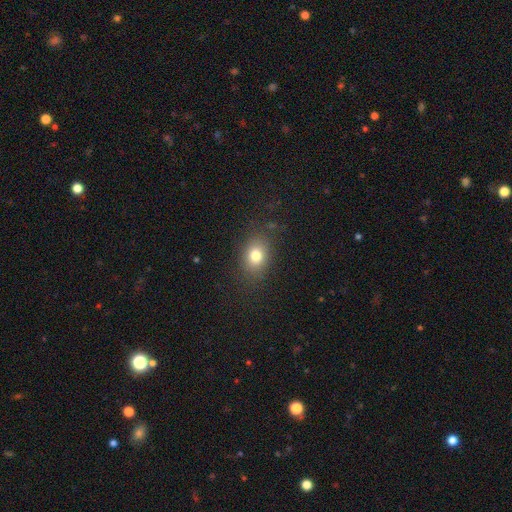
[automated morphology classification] smooth-or-featured: smooth: 78% | star or artifact: 12% | featured or disk: 10%
  how-rounded: in between: 64% | round: 35% | cigar-shaped: 1%
  merging: none: 83% | minor disturbance: 12% | major disturbance: 5% | merger: 1%